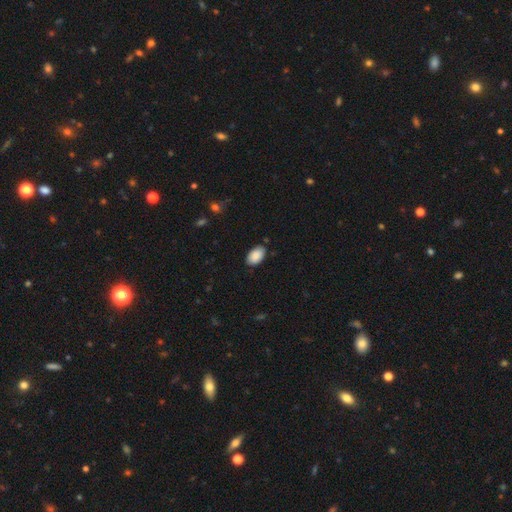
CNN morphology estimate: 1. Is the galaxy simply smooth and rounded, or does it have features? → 90% smooth, 6% star or artifact, 4% featured or disk.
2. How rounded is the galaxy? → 93% in between, 6% round, 1% cigar-shaped.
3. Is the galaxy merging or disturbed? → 84% none, 12% minor disturbance, 2% major disturbance, 1% merger.